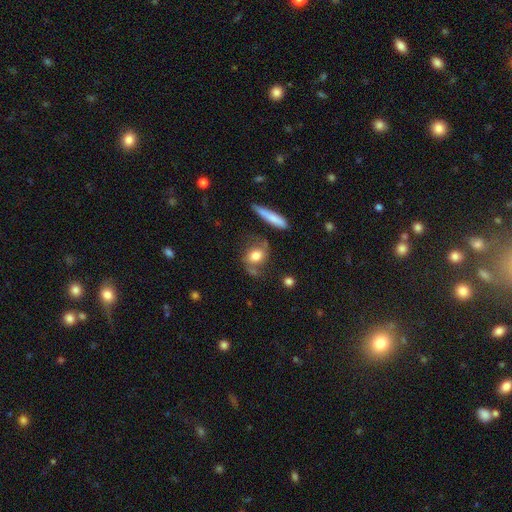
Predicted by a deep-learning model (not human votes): Smooth or featured?
  - smooth: 63% *
  - featured or disk: 27%
  - star or artifact: 9%
How rounded?
  - in between: 53% *
  - round: 41%
  - cigar-shaped: 7%
Merging?
  - none: 57% *
  - minor disturbance: 20%
  - merger: 13%
  - major disturbance: 10%